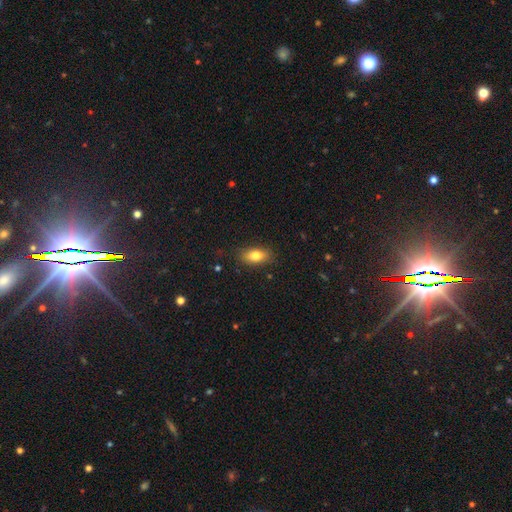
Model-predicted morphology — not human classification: A smooth galaxy with no disk features (81%) that is in between round and cigar-shaped (85%). Merging: none (84%).